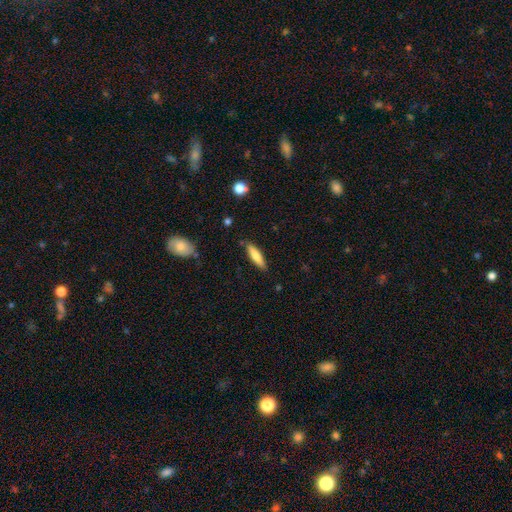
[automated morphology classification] type=smooth (74%); roundness=cigar-shaped (71%); merging=none (85%).